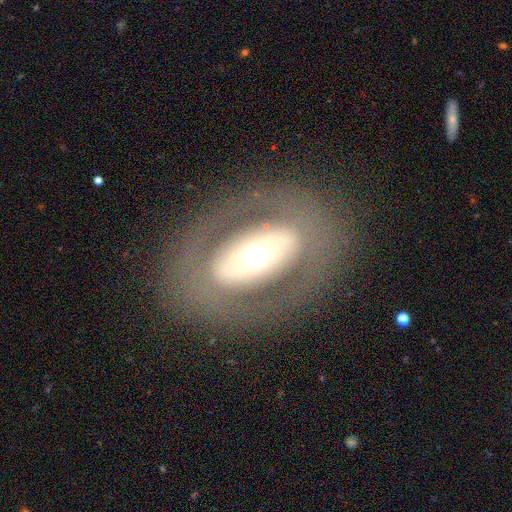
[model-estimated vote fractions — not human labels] Smooth or featured?
  - featured or disk: 61% *
  - smooth: 32%
  - star or artifact: 7%
Edge-on disk?
  - no: 89% *
  - yes: 11%
Bar?
  - no: 54% *
  - strong: 29%
  - weak: 17%
Spiral arms?
  - no: 87% *
  - yes: 13%
Bulge size?
  - moderate: 52% *
  - large: 28%
  - small: 12%
  - dominant: 7%
  - none: 1%
Merging?
  - none: 80% *
  - minor disturbance: 10%
  - major disturbance: 9%
  - merger: 1%